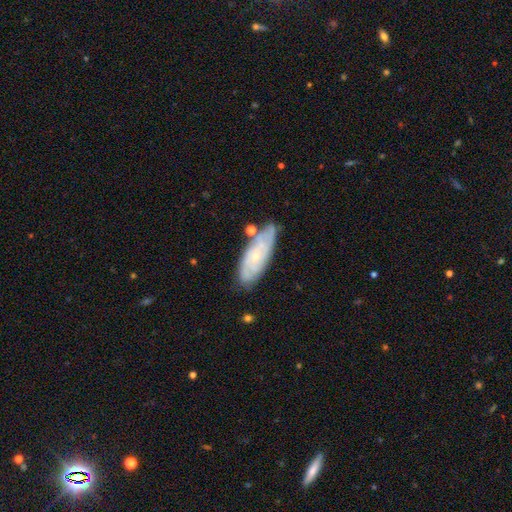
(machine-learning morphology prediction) type=featured or disk (61%); edge-on=no (83%); bar=no (80%); spiral arms=yes (78%); bulge=small (76%); merging=none (73%).